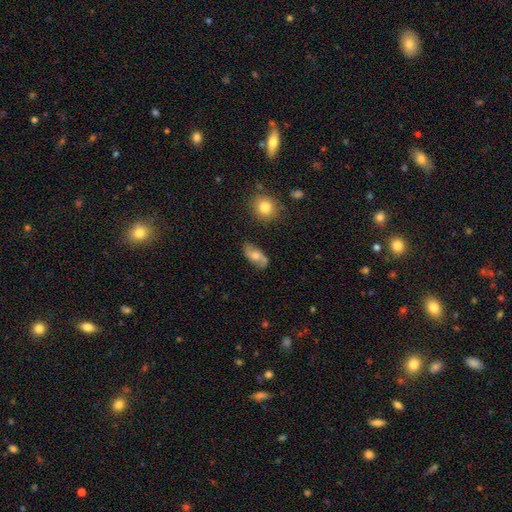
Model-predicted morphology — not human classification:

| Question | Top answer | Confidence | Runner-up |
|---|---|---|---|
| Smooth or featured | smooth | 47% | featured or disk (45%) |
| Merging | none | 77% | minor disturbance (16%) |